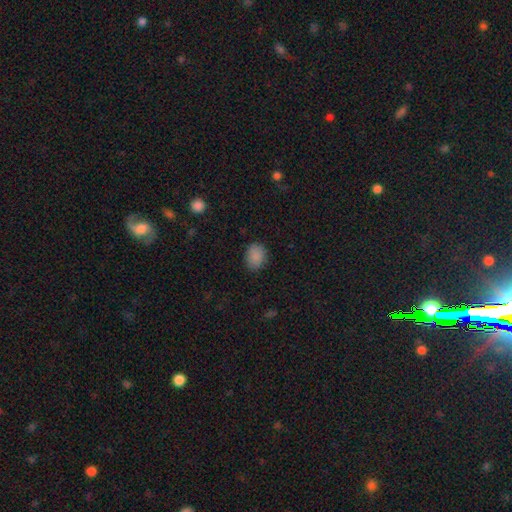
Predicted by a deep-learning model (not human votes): smooth-or-featured: smooth: 87% | star or artifact: 9% | featured or disk: 3%
  how-rounded: in between: 53% | round: 46% | cigar-shaped: 1%
  merging: none: 84% | minor disturbance: 12% | major disturbance: 3% | merger: 1%